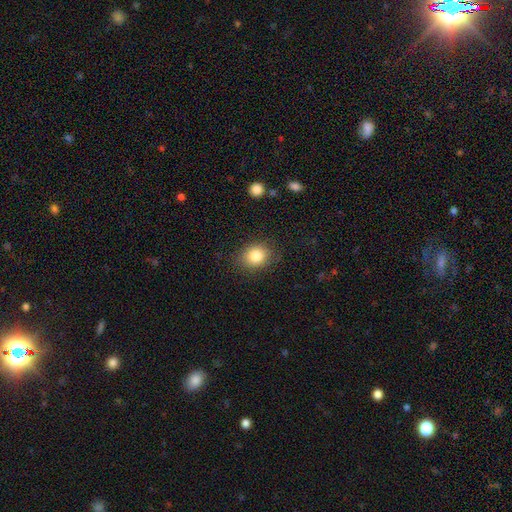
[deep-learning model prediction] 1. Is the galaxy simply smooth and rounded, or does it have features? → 82% smooth, 10% star or artifact, 8% featured or disk.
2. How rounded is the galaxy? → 59% round, 40% in between, 1% cigar-shaped.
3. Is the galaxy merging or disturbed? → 83% none, 12% minor disturbance, 4% major disturbance, 1% merger.